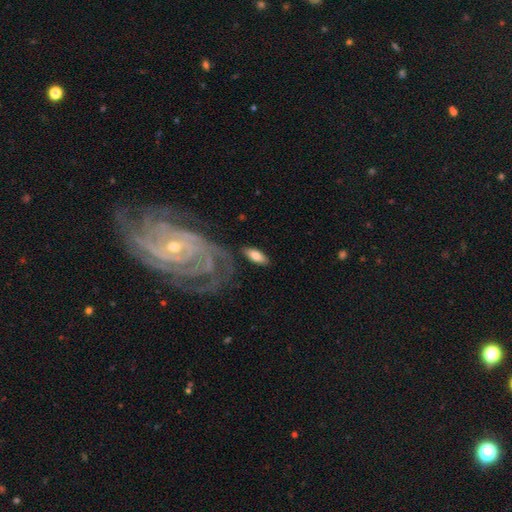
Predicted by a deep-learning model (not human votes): A smooth galaxy with no disk features (73%) that is in between round and cigar-shaped (78%).

Vote fractions:
- Smooth or featured? smooth: 73% / featured or disk: 22% / star or artifact: 6%
- How rounded? in between: 78% / cigar-shaped: 19% / round: 3%
- Merging? none: 79% / minor disturbance: 12% / major disturbance: 5% / merger: 4%